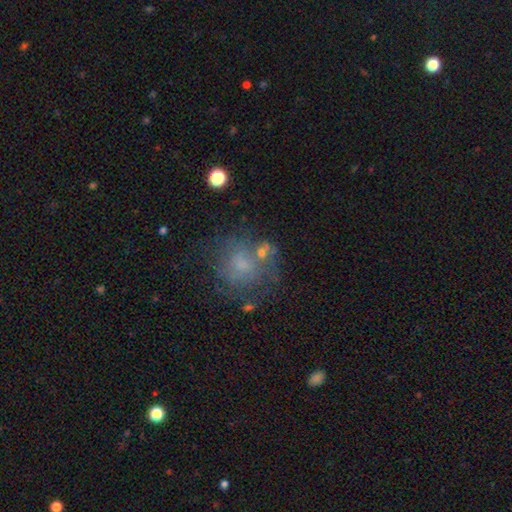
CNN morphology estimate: smooth_or_featured: smooth (p=0.48) [alt: featured or disk p=0.31]
merging: none (p=0.59) [alt: minor disturbance p=0.17]